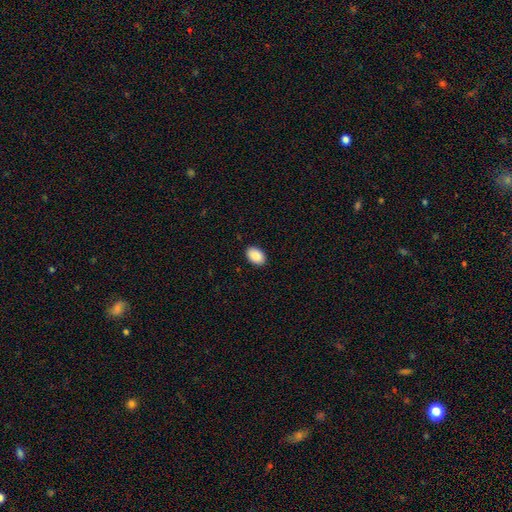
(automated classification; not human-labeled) This is clearly a smooth galaxy (90%). How rounded: clearly in between (87%). Merging: clearly none (90%).